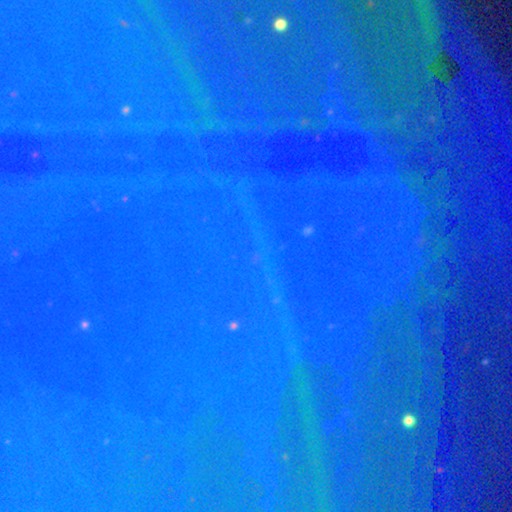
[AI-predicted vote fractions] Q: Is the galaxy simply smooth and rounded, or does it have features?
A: star or artifact — 82%.